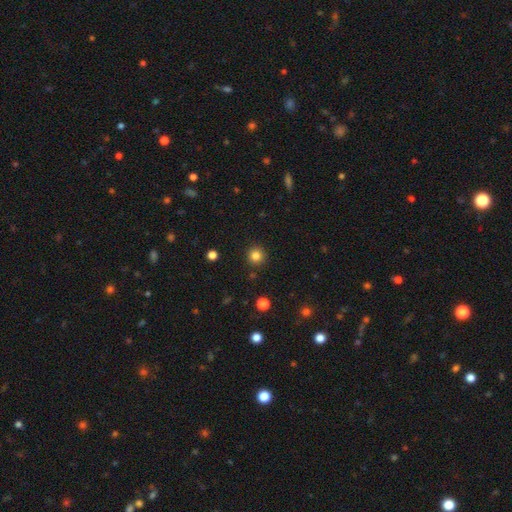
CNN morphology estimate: Smooth or featured? smooth (83%)
How rounded? round (95%)
Merging? none (91%)